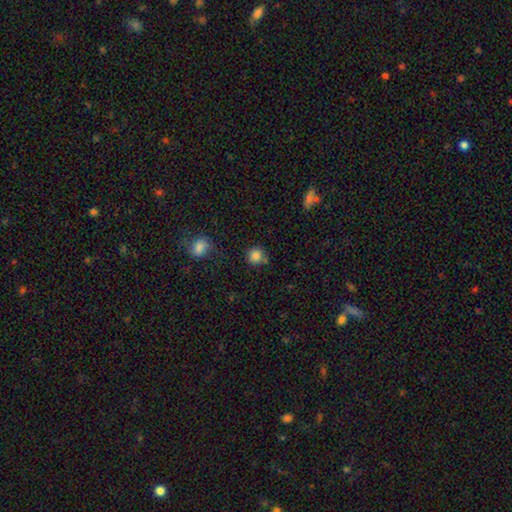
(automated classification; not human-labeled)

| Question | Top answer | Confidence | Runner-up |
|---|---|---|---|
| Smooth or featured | smooth | 84% | star or artifact (11%) |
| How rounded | round | 91% | in between (8%) |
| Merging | none | 76% | minor disturbance (12%) |